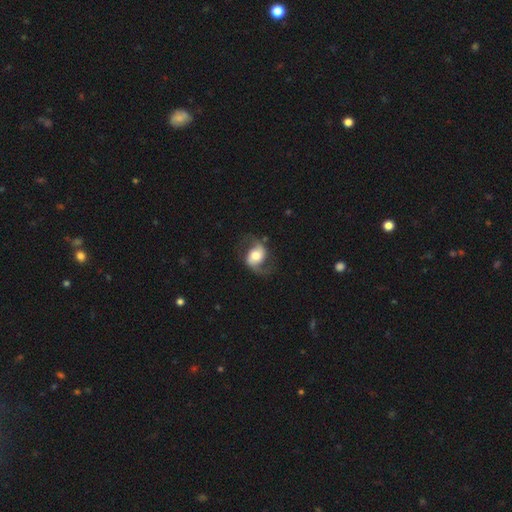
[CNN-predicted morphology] A featured or disk galaxy (72%) with no bar (48%), 2 (89%) loose (55%) spiral arms (90%) and a moderate central bulge (54%). Merging: none (68%).